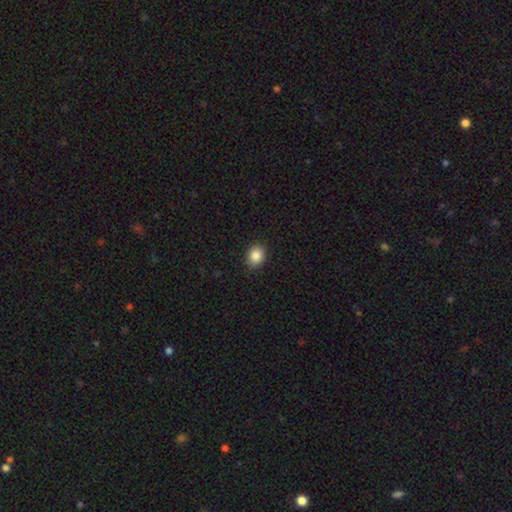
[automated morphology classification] Smooth or featured? Predicted: smooth (p=0.87). How rounded? Predicted: round (p=0.62). Merging? Predicted: none (p=0.90).